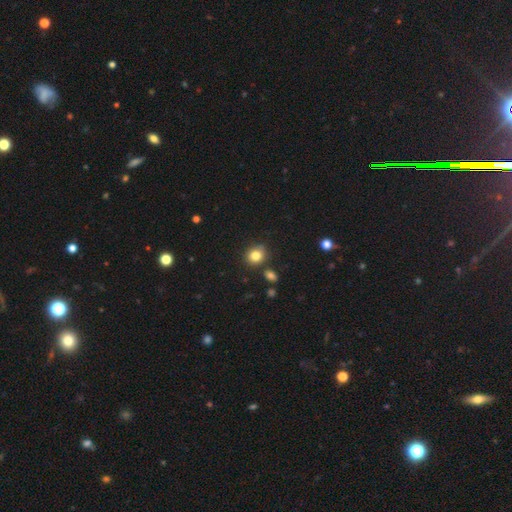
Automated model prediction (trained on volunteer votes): Q: Smooth or featured?
A: smooth (82%); runner-up: star or artifact (11%)
Q: How rounded?
A: round (79%); runner-up: in between (20%)
Q: Merging?
A: none (79%); runner-up: minor disturbance (11%)